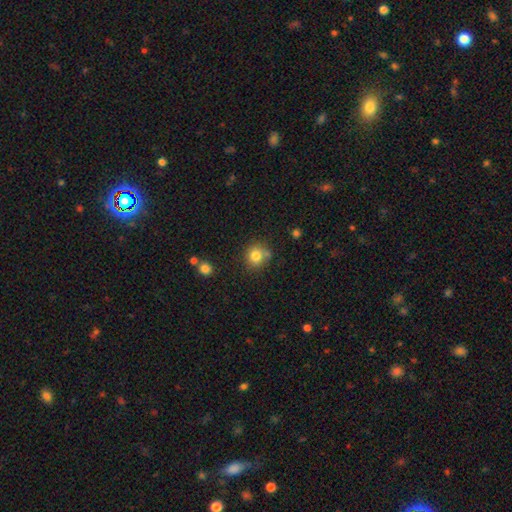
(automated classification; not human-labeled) A smooth galaxy with no disk features (81%) that is round (85%). Merging: none (71%).